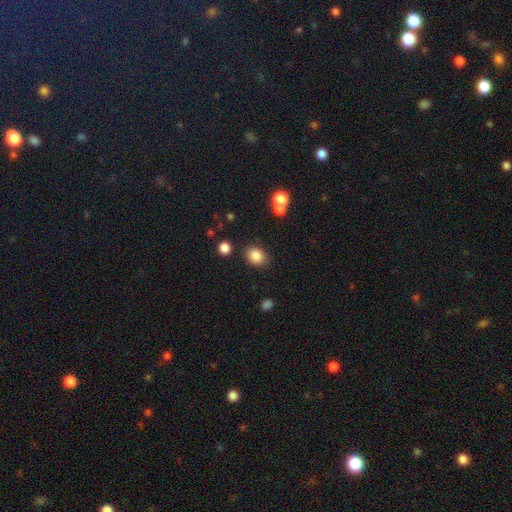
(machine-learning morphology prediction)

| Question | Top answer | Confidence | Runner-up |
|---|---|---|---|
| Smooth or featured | smooth | 85% | star or artifact (10%) |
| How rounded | round | 54% | in between (45%) |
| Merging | none | 82% | minor disturbance (11%) |